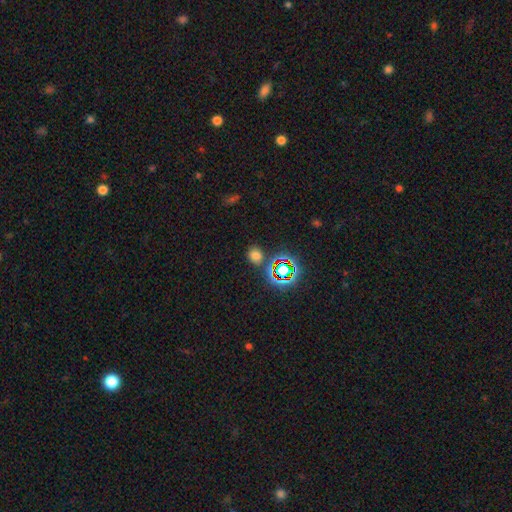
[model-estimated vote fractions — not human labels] Smooth or featured? smooth (64%)
How rounded? round (64%)
Merging? none (77%)